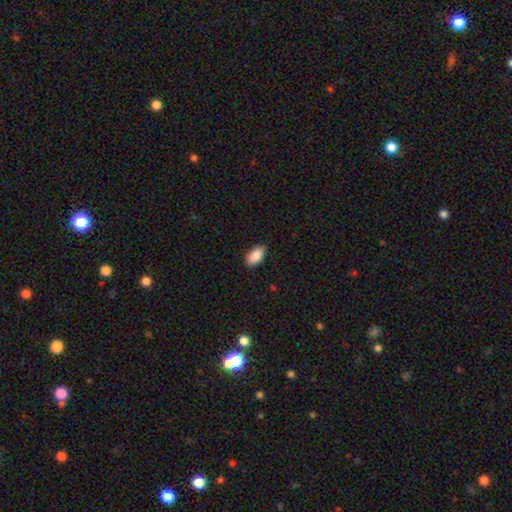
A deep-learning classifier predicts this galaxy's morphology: The model was most divided on "merging": none: 83%, minor disturbance: 14%, major disturbance: 2%, merger: 1%. More confident: how rounded — in between (94%); smooth or featured — smooth (87%).